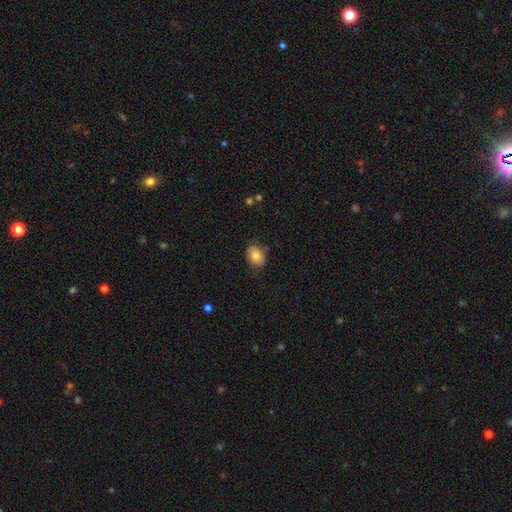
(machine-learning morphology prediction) smooth_or_featured: smooth (p=0.81) [alt: featured or disk p=0.12]
how_rounded: in between (p=0.73) [alt: round p=0.26]
merging: none (p=0.77) [alt: minor disturbance p=0.18]